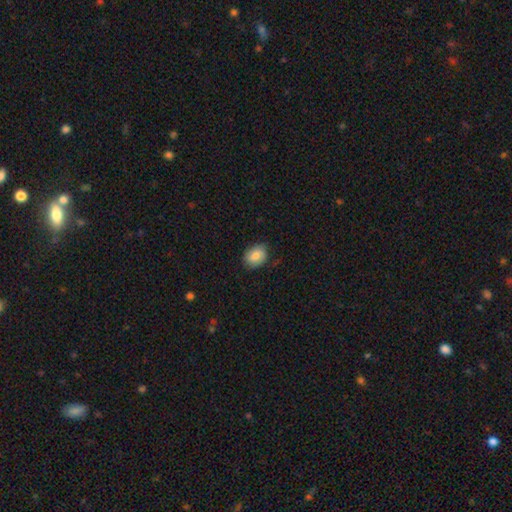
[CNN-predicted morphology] Overall: smooth (84%). How rounded: in between (61%; round 39%). Merging: none (84%).